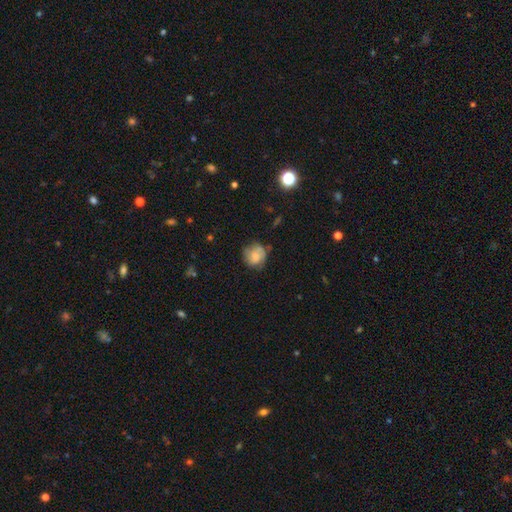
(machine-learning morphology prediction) A smooth galaxy with no disk features (62%) that is round (79%).

Vote fractions:
- Smooth or featured? smooth: 62% / featured or disk: 28% / star or artifact: 9%
- How rounded? round: 79% / in between: 20% / cigar-shaped: 1%
- Merging? none: 60% / minor disturbance: 28% / major disturbance: 10% / merger: 3%